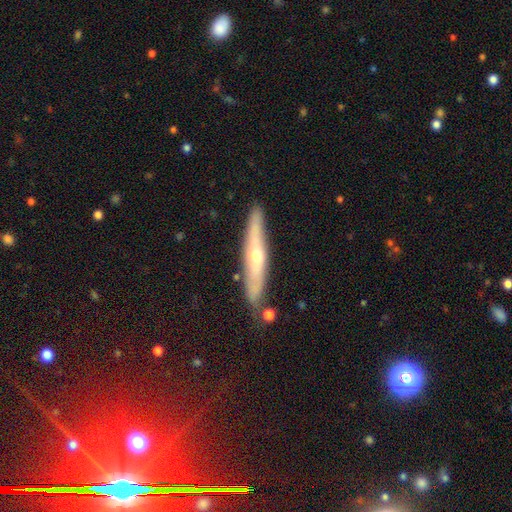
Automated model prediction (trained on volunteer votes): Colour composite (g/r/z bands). It shows a featured or disk galaxy (61%) viewed edge-on (84%) with a rounded central bulge (80%). Merging: none (84%).